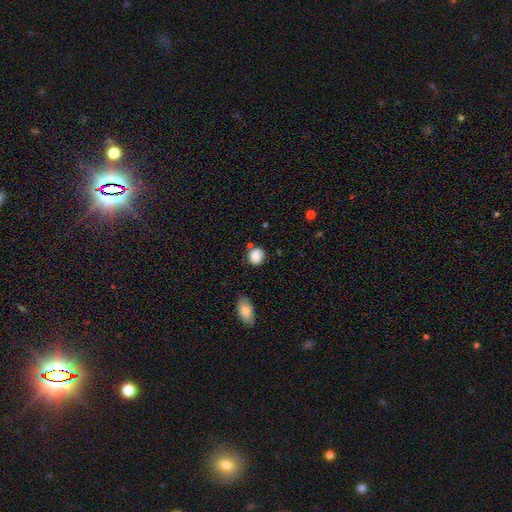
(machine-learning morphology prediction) A smooth galaxy with no disk features (87%) that is round (78%). Merging: none (74%).